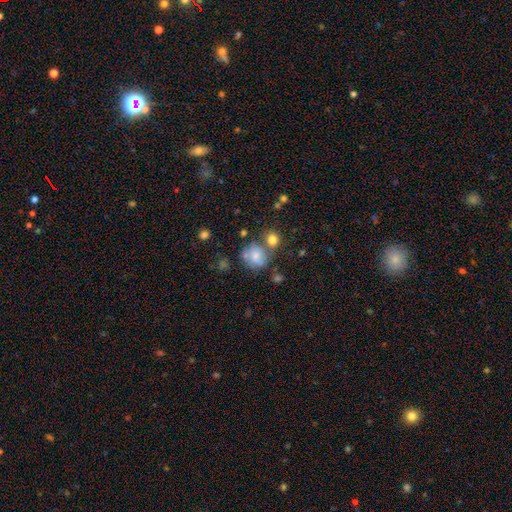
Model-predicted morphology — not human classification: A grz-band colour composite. It shows a smooth galaxy with no disk features (70%) that is round (75%). Merging: none (53%).